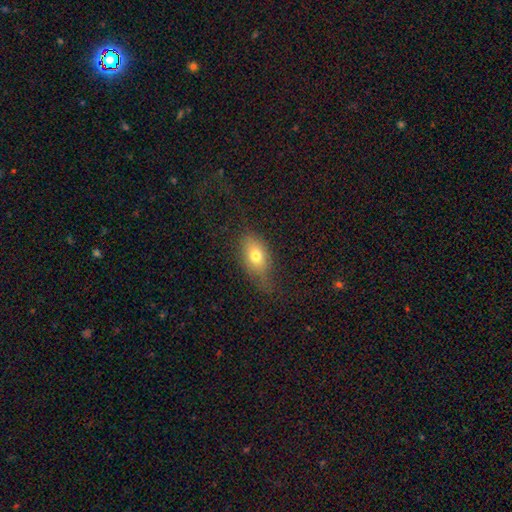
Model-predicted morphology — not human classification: Smooth or featured? smooth (72%)
How rounded? in between (82%)
Merging? none (59%)